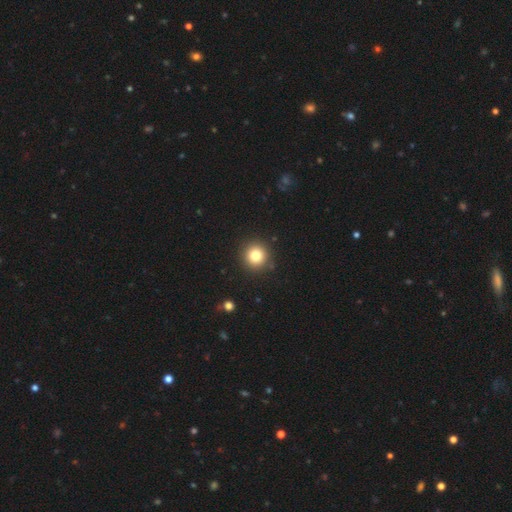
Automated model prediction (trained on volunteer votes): Smooth or featured? smooth (80%)
How rounded? round (94%)
Merging? none (91%)